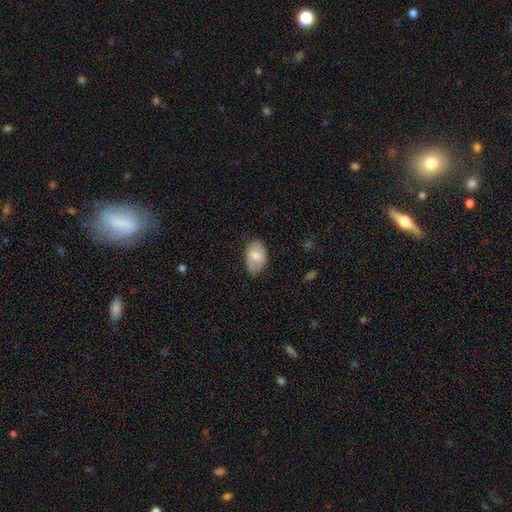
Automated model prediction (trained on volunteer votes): Smooth or featured? Predicted: smooth (p=0.70). How rounded? Predicted: in between (p=0.90). Merging? Predicted: none (p=0.79).